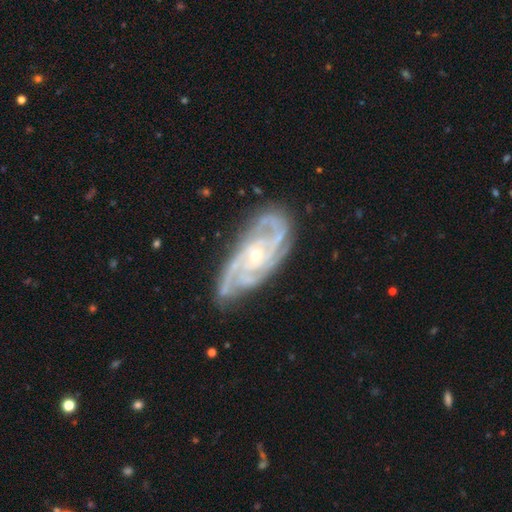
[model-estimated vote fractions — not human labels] A featured or disk galaxy (92%) with no bar (63%), 3 (42%) tight (62%) spiral arms (98%) and a small central bulge (63%). Merging: none (75%).